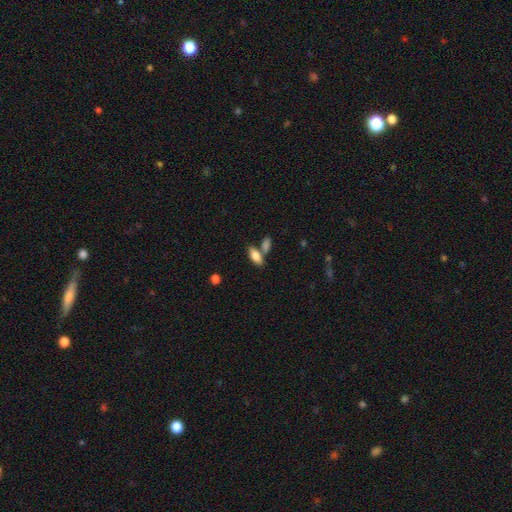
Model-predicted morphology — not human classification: Smooth or featured? smooth (79%)
How rounded? in between (83%)
Merging? none (58%)